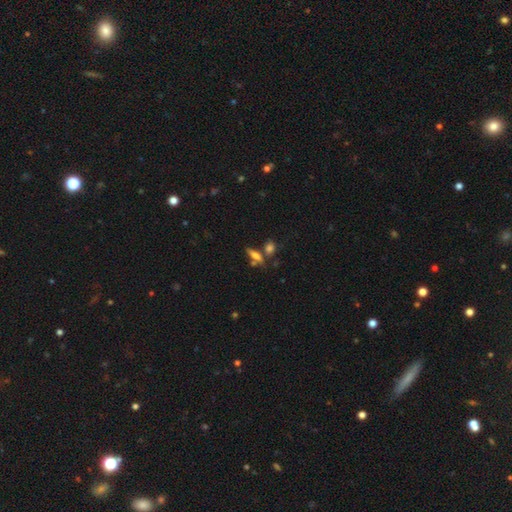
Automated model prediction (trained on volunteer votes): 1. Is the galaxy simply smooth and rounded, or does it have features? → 60% smooth, 26% featured or disk, 14% star or artifact.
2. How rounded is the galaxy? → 50% cigar-shaped, 43% in between, 7% round.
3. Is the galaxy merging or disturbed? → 58% none, 23% merger, 13% minor disturbance, 6% major disturbance.